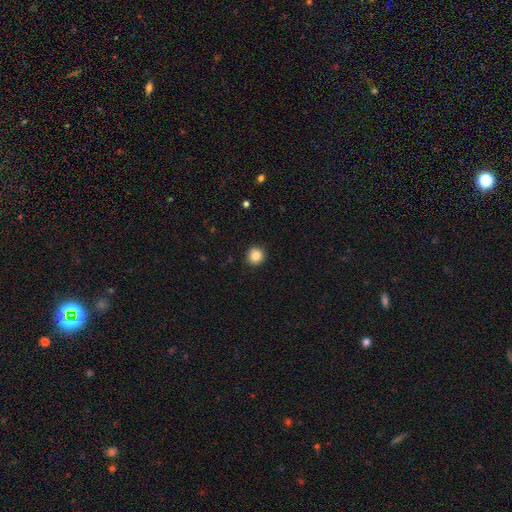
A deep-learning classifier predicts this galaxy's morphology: Smooth or featured?
  - smooth: 85% *
  - star or artifact: 10%
  - featured or disk: 5%
How rounded?
  - round: 92% *
  - in between: 7%
  - cigar-shaped: 1%
Merging?
  - none: 91% *
  - minor disturbance: 7%
  - major disturbance: 2%
  - merger: 1%